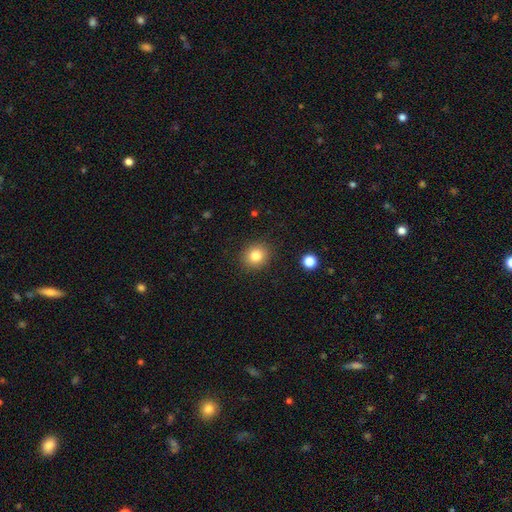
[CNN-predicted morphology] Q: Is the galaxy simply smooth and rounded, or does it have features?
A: smooth — 82%.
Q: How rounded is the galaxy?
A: round — 82%.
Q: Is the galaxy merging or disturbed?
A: none — 89%.